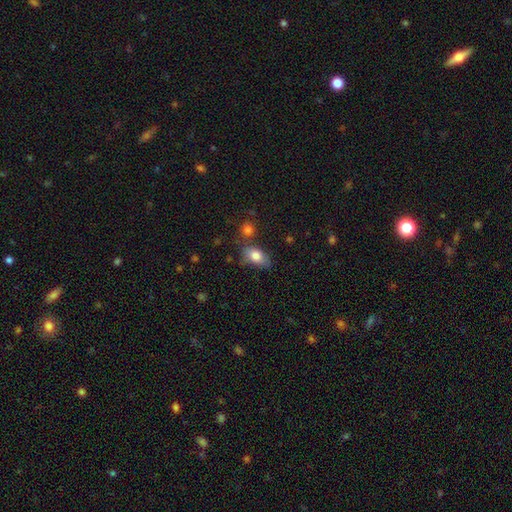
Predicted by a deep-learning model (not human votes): Overall: smooth (80%). How rounded: in between (87%). Merging: none (63%).